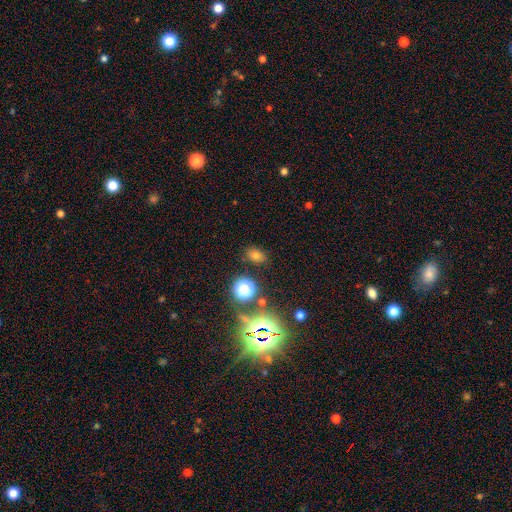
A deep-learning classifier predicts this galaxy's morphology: This appears to be a smooth galaxy with no disk features (55%) that is in between round and cigar-shaped (69%). Merging: none (83%).